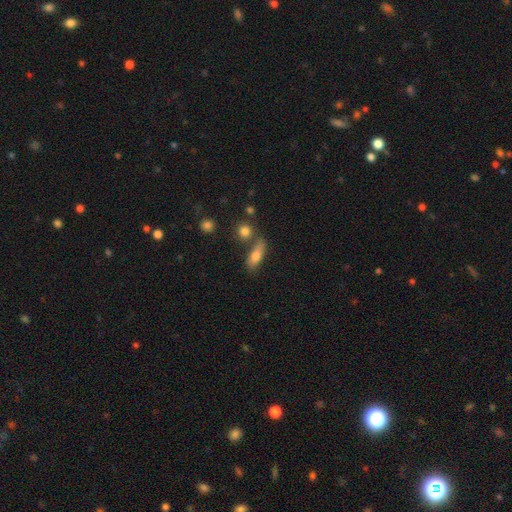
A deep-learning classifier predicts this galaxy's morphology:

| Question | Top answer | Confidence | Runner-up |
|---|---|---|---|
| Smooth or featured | smooth | 74% | featured or disk (19%) |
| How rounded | in between | 61% | cigar-shaped (34%) |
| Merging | none | 61% | merger (18%) |